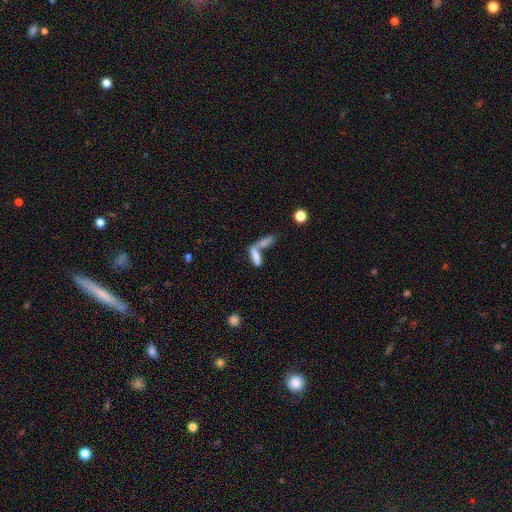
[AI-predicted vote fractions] Smooth or featured? Predicted: smooth (p=0.75). How rounded? Predicted: in between (p=0.49). Merging? Predicted: merger (p=0.65).